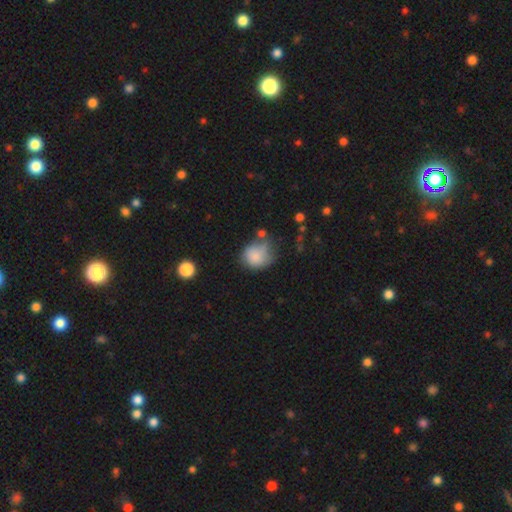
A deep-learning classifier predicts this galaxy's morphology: Smooth or featured? smooth (76%)
How rounded? round (66%)
Merging? none (36%)